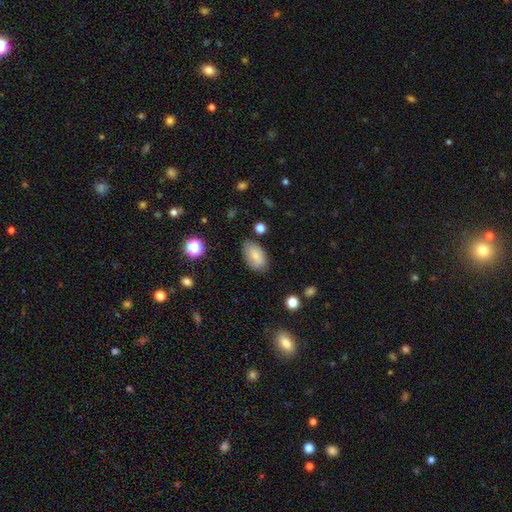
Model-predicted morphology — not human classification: Smooth or featured? Predicted: smooth (p=0.79). How rounded? Predicted: in between (p=0.92). Merging? Predicted: none (p=0.78).